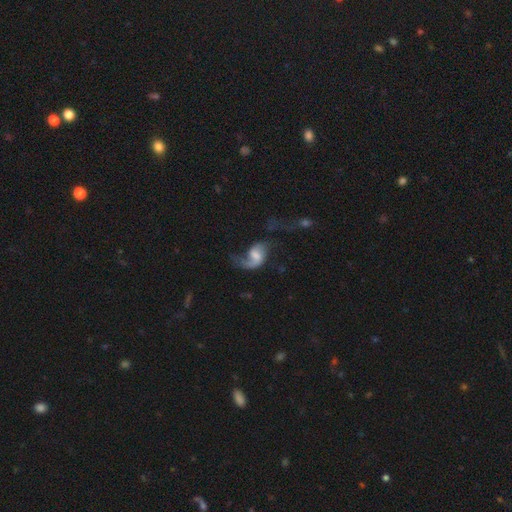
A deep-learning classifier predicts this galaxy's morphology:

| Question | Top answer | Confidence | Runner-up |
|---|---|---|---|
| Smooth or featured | featured or disk | 71% | smooth (21%) |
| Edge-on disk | no | 97% | yes (3%) |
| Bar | weak | 46% | no (42%) |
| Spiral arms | yes | 90% | no (10%) |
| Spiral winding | loose | 75% | medium (20%) |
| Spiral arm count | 2 | 48% | 1 (46%) |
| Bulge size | moderate | 35% | small (26%) |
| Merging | major disturbance | 48% | none (28%) |